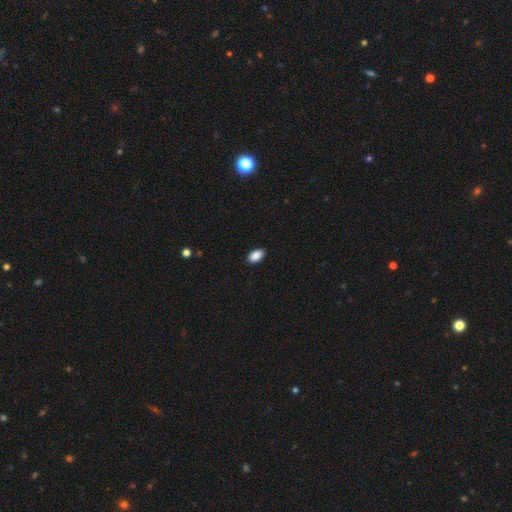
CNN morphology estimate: Q: Smooth or featured?
A: smooth (89%); runner-up: star or artifact (7%)
Q: How rounded?
A: in between (93%); runner-up: round (6%)
Q: Merging?
A: none (88%); runner-up: minor disturbance (9%)